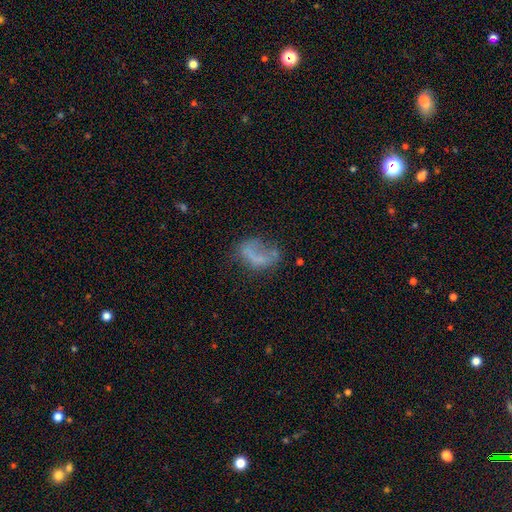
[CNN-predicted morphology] Smooth or featured? smooth (49%)
Merging? major disturbance (35%)